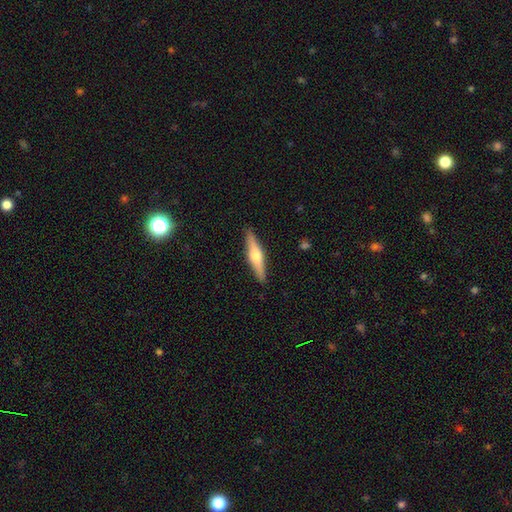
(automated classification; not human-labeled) Smooth or featured?
  - featured or disk: 61% *
  - smooth: 33%
  - star or artifact: 5%
Edge-on disk?
  - yes: 96% *
  - no: 4%
Edge-on bulge?
  - rounded: 92% *
  - boxy: 4%
  - none: 4%
Merging?
  - none: 90% *
  - minor disturbance: 7%
  - major disturbance: 2%
  - merger: 1%